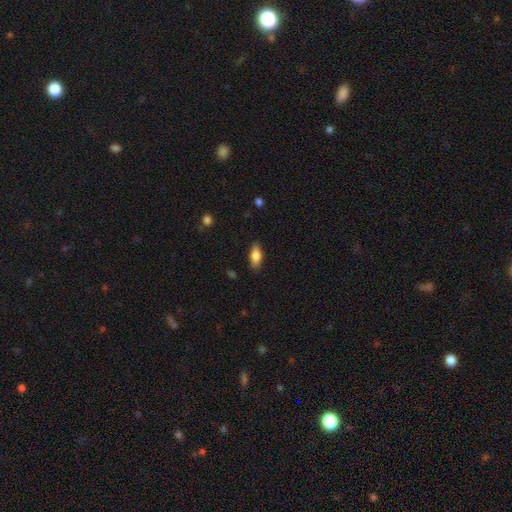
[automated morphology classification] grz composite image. It shows a smooth galaxy with no disk features (80%) that is in between round and cigar-shaped (84%). Merging: none (83%).